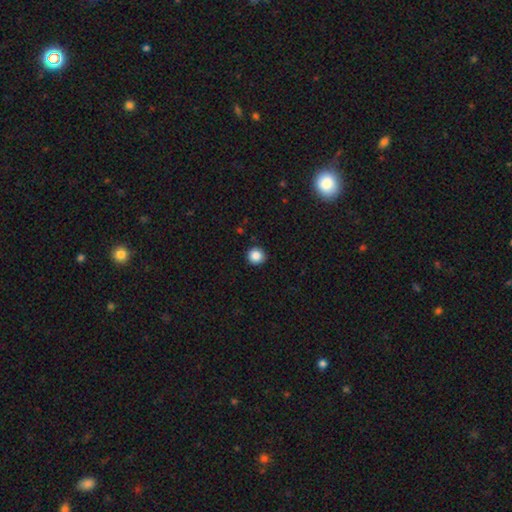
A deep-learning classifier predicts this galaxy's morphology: type=smooth (87%); roundness=round (94%); merging=none (91%).